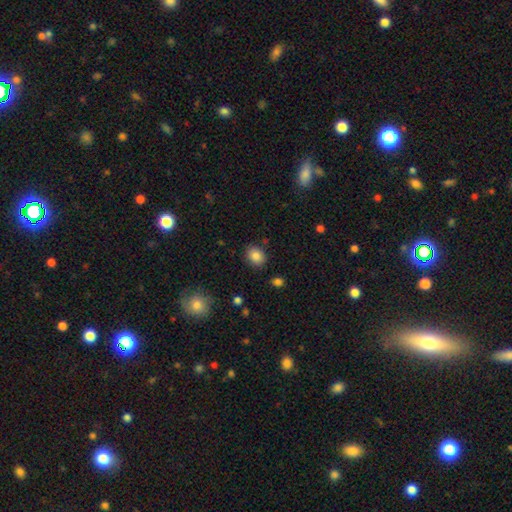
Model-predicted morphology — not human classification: Smooth or featured? smooth (85%)
How rounded? round (53%)
Merging? none (85%)